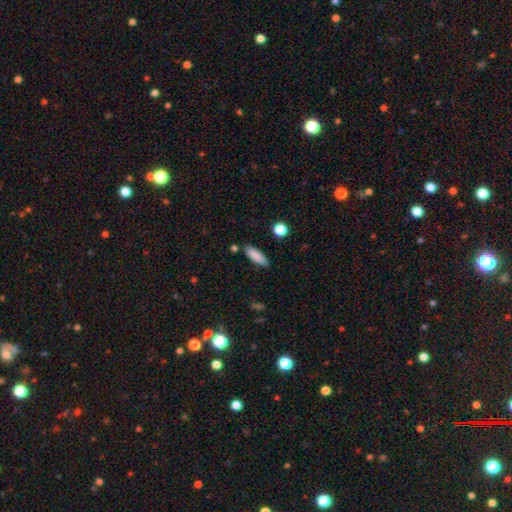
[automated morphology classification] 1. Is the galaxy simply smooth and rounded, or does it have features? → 86% smooth, 7% star or artifact, 6% featured or disk.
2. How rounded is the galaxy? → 57% in between, 41% cigar-shaped, 2% round.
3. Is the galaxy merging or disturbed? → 83% none, 12% minor disturbance, 3% merger, 2% major disturbance.